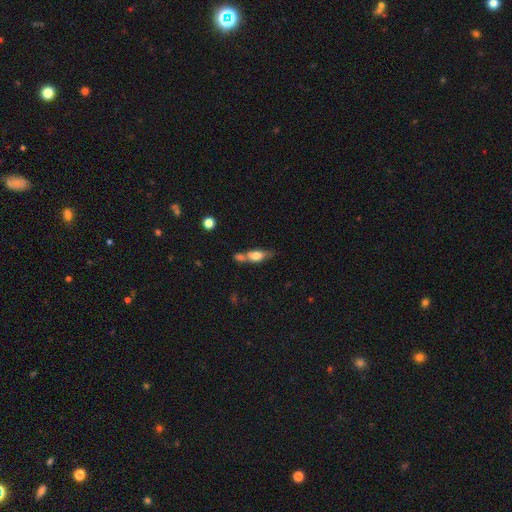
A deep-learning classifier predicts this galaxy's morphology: smooth-or-featured: smooth: 64% | featured or disk: 28% | star or artifact: 8%
  how-rounded: in between: 70% | cigar-shaped: 24% | round: 6%
  merging: merger: 43% | none: 35% | minor disturbance: 15% | major disturbance: 7%